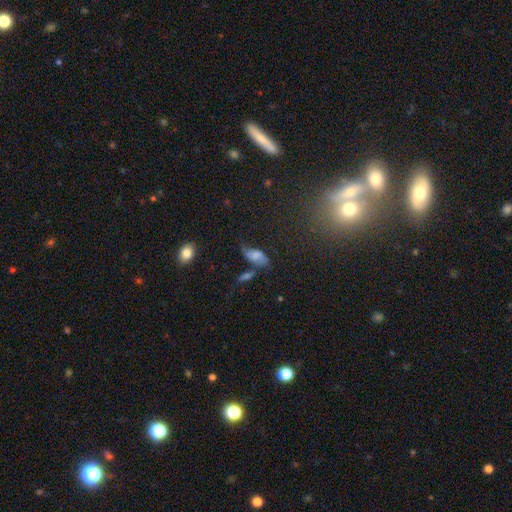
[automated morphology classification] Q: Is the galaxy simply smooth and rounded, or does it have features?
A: featured or disk — 47%.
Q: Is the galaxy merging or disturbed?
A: none — 39%.